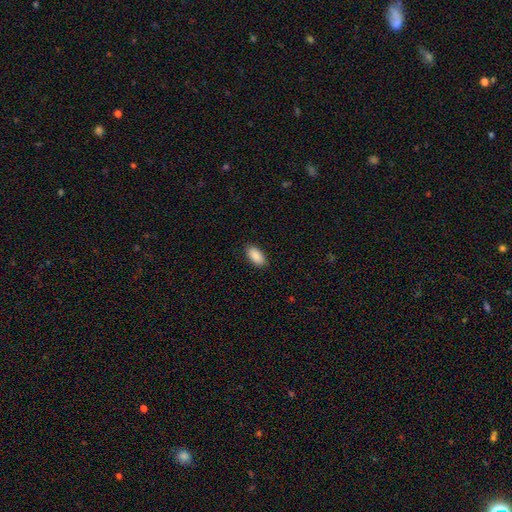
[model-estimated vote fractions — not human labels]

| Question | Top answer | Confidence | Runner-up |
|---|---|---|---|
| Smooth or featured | smooth | 90% | star or artifact (6%) |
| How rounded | in between | 94% | cigar-shaped (4%) |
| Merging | none | 89% | minor disturbance (8%) |